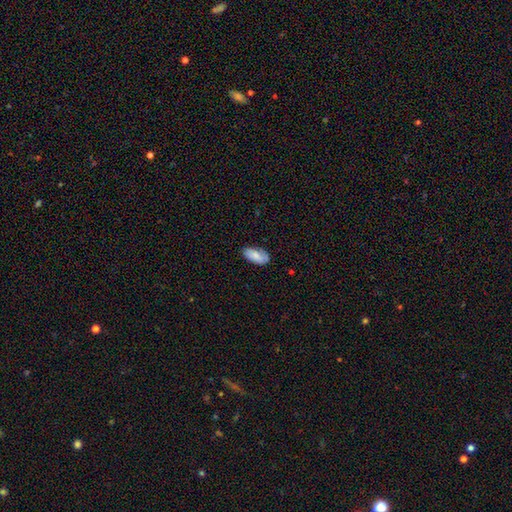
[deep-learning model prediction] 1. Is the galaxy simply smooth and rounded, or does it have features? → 74% smooth, 20% featured or disk, 7% star or artifact.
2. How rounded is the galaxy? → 93% in between, 5% cigar-shaped, 3% round.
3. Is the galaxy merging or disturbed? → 72% none, 21% minor disturbance, 5% major disturbance, 2% merger.